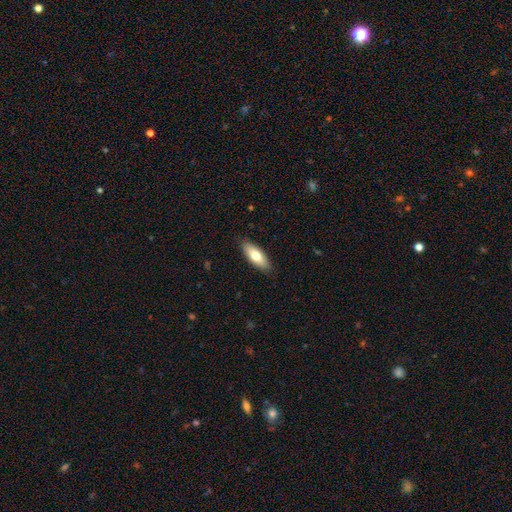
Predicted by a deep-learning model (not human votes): smooth-or-featured: smooth: 73% | featured or disk: 21% | star or artifact: 6%
  how-rounded: in between: 72% | cigar-shaped: 26% | round: 2%
  merging: none: 88% | minor disturbance: 9% | major disturbance: 2% | merger: 1%